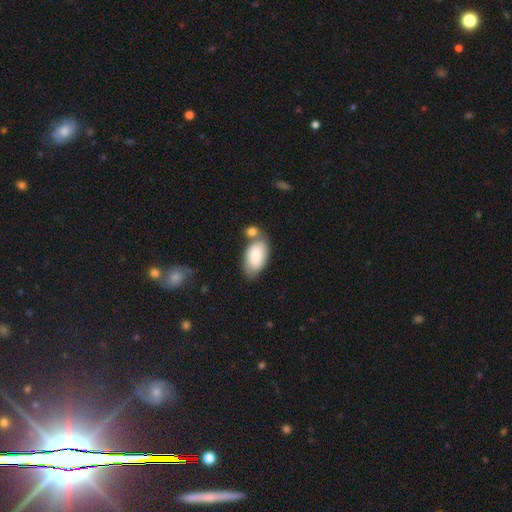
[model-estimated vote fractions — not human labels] smooth-or-featured: smooth: 79% | featured or disk: 15% | star or artifact: 6%
  how-rounded: in between: 95% | round: 3% | cigar-shaped: 2%
  merging: none: 52% | merger: 27% | minor disturbance: 16% | major disturbance: 5%